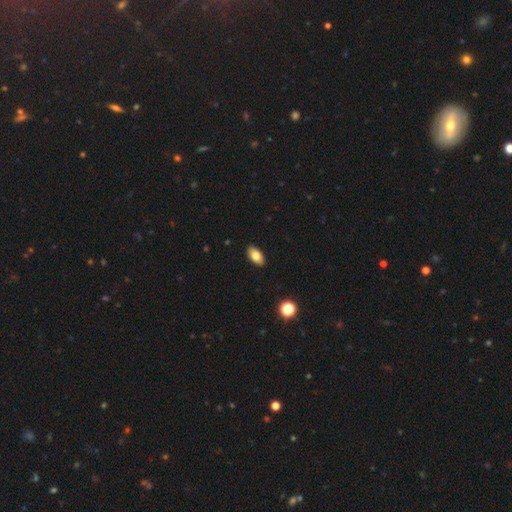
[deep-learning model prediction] Q: Smooth or featured?
A: smooth (81%); runner-up: featured or disk (11%)
Q: How rounded?
A: in between (93%); runner-up: round (4%)
Q: Merging?
A: none (90%); runner-up: minor disturbance (8%)